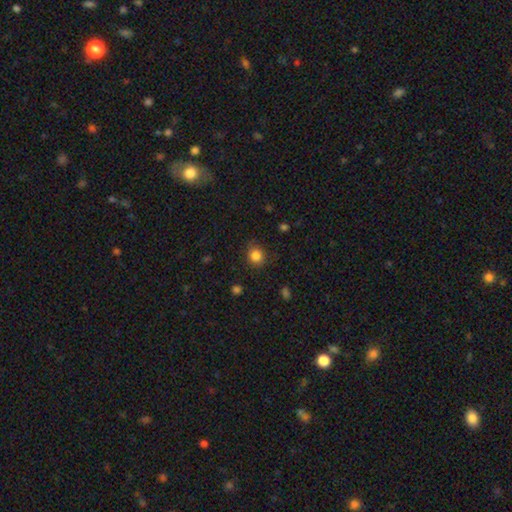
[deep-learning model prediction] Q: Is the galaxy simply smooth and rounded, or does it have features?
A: smooth — 84%.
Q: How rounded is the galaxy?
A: round — 80%.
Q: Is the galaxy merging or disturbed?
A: none — 81%.